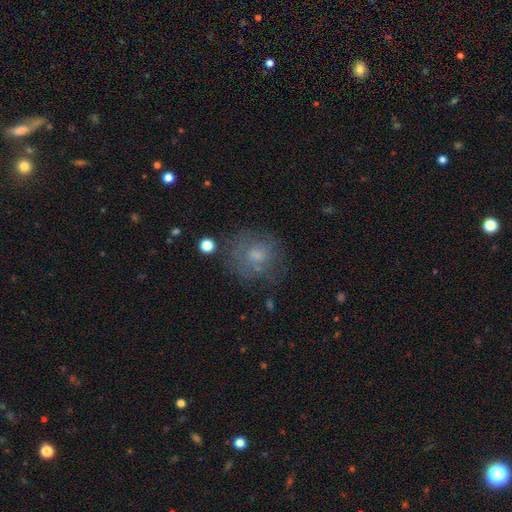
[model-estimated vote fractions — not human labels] A smooth galaxy with no disk features (54%) that is round (82%). Merging: none (64%).